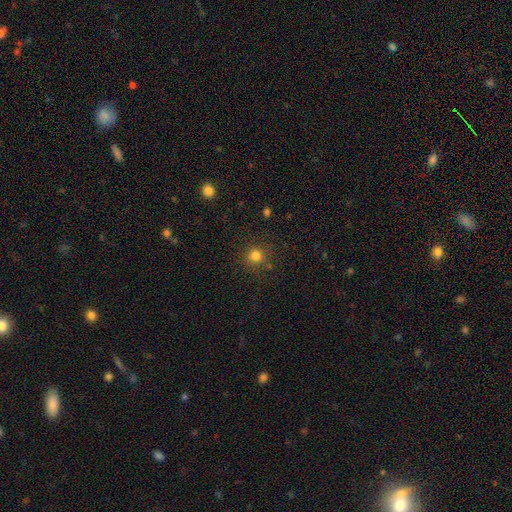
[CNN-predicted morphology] This is likely a smooth galaxy (79%). How rounded: clearly round (90%). Merging: clearly none (83%).